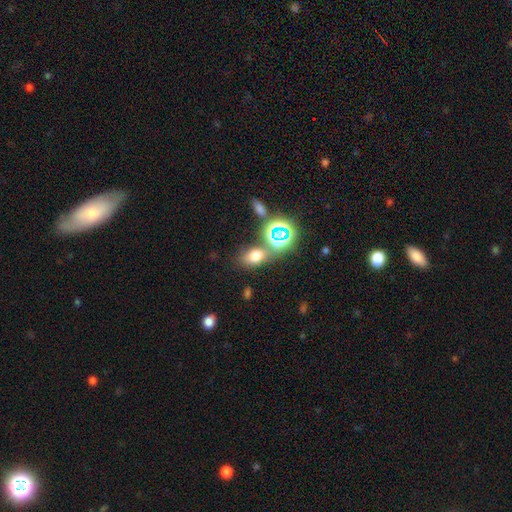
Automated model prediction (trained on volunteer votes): A smooth galaxy with no disk features (63%) that is in between round and cigar-shaped (72%). Merging: none (65%).